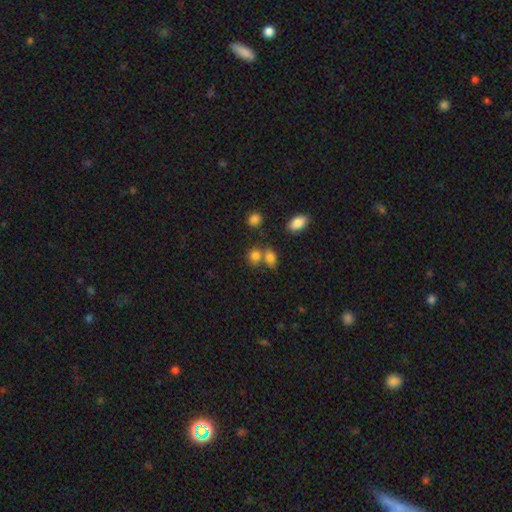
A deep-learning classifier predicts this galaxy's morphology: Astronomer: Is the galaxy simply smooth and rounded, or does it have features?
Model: smooth — 80%.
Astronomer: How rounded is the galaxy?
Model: round — 54% (runner-up: in between, 44%).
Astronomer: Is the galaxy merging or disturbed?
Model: none — 46% (runner-up: merger, 39%).